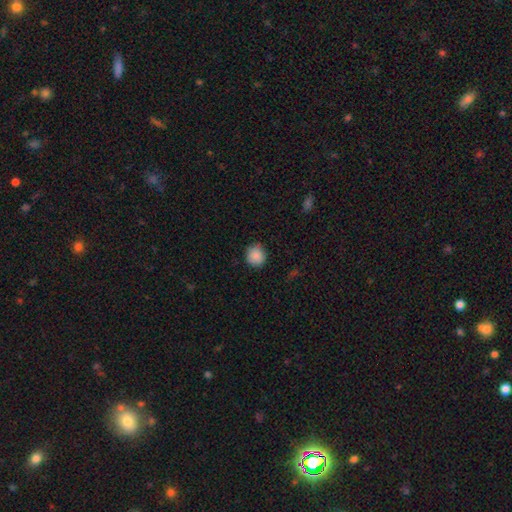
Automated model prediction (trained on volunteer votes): Morphology: type=smooth (87%); roundness=round (90%); merging=none (87%).